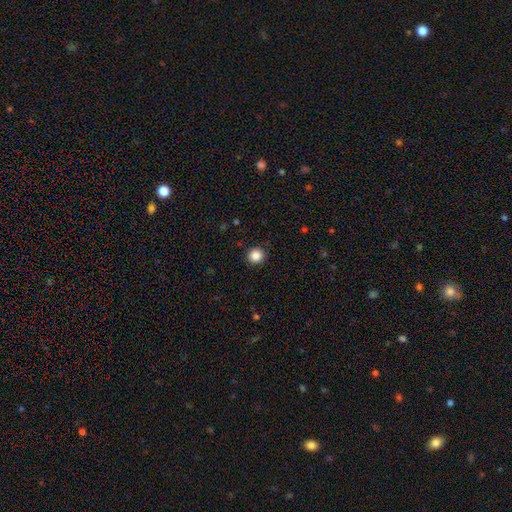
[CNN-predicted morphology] The model was most divided on "smooth or featured": smooth: 86%, star or artifact: 10%, featured or disk: 3%. More confident: how rounded — round (93%); merging — none (90%).